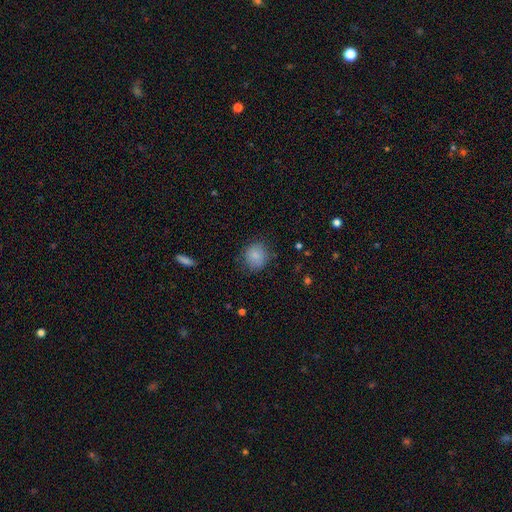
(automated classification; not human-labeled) smooth 84%, star or artifact 9%, featured or disk 7%. Down the decision tree: how rounded — round (84%); merging — none (79%).